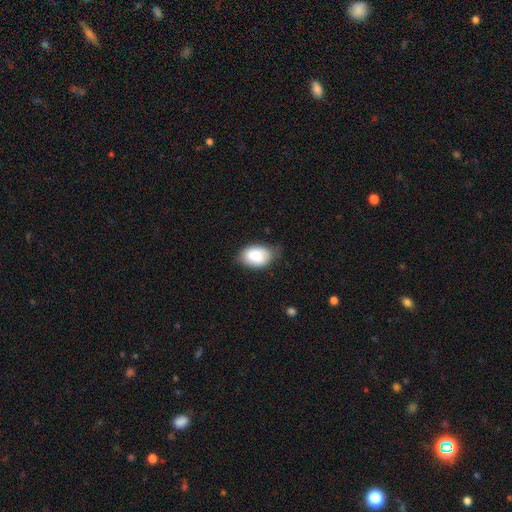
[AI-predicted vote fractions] Morphology: type=smooth (85%); roundness=in between (87%); merging=none (65%).